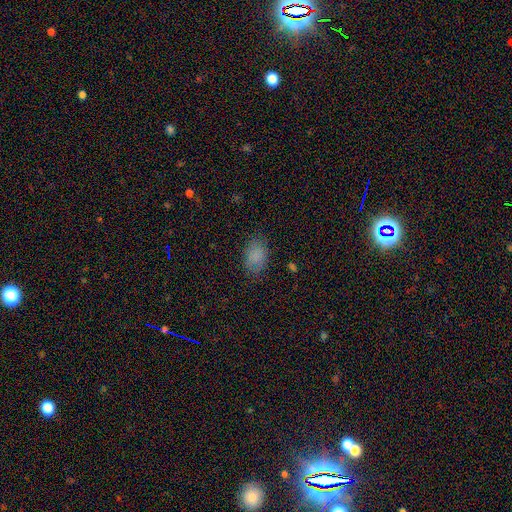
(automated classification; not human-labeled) Q: Smooth or featured?
A: smooth (83%); runner-up: star or artifact (10%)
Q: How rounded?
A: in between (87%); runner-up: round (12%)
Q: Merging?
A: none (78%); runner-up: minor disturbance (16%)